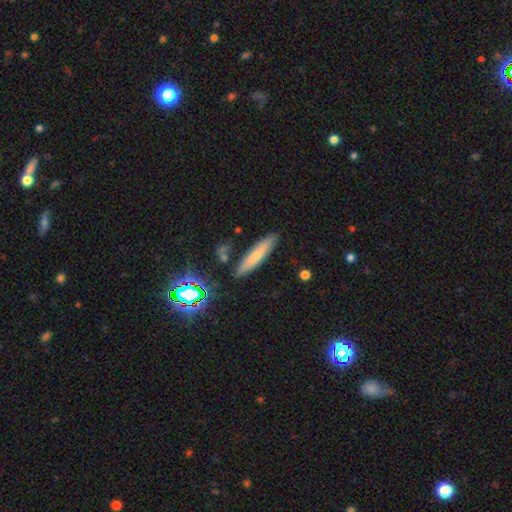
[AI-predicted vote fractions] A smooth galaxy with no disk features (63%) that is cigar-shaped (83%). Merging: none (83%).